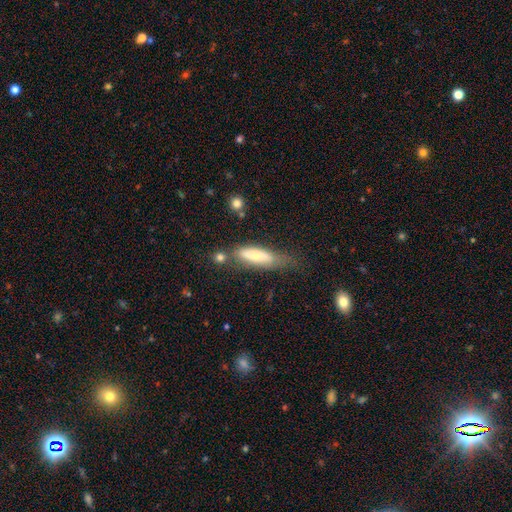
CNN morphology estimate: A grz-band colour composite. It shows a smooth galaxy with no disk features (61%) that is cigar-shaped (55%). Merging: none (44%).